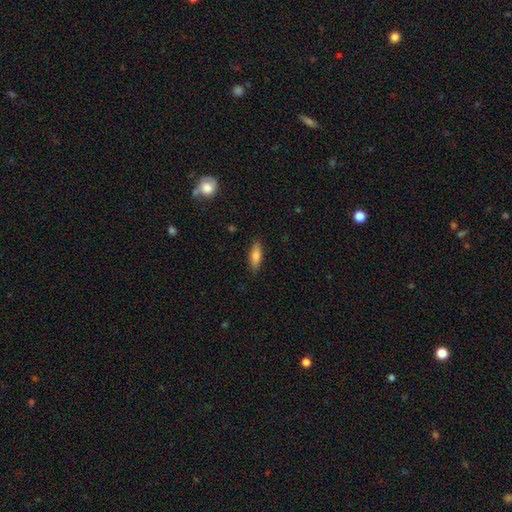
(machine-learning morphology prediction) Overall: smooth (73%). How rounded: in between (52%; cigar-shaped 46%). Merging: none (87%).